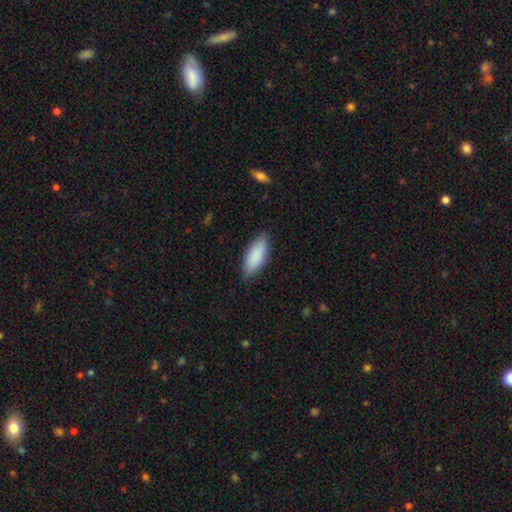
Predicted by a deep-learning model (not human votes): Smooth or featured? Predicted: smooth (p=0.89). How rounded? Predicted: in between (p=0.81). Merging? Predicted: none (p=0.84).